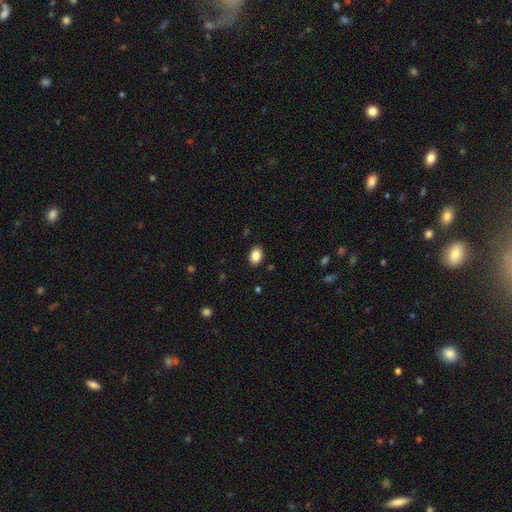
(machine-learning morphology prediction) smooth 86%, star or artifact 9%, featured or disk 5%. Down the decision tree: how rounded — in between (77%); merging — none (89%).